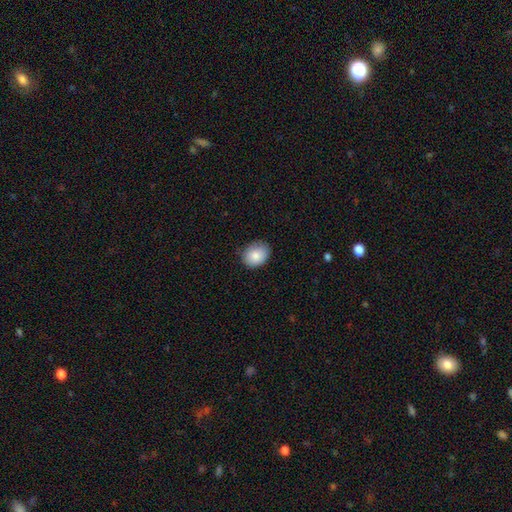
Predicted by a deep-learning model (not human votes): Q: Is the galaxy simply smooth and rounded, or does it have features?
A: smooth — 85%.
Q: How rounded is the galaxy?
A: in between — 54%.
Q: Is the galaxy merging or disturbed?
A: none — 79%.